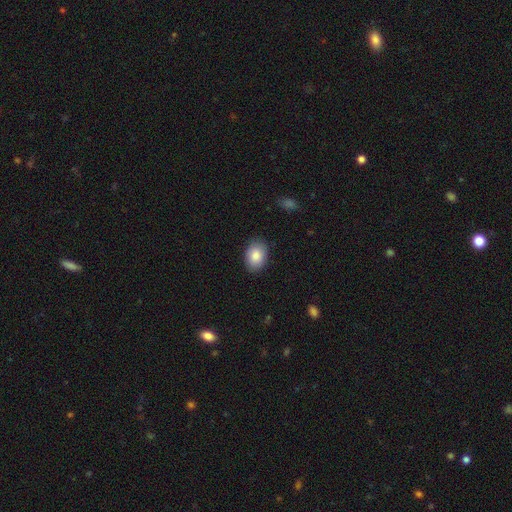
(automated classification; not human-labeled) Smooth or featured?
  - smooth: 86% *
  - star or artifact: 7%
  - featured or disk: 7%
How rounded?
  - in between: 78% *
  - round: 21%
  - cigar-shaped: 1%
Merging?
  - none: 87% *
  - minor disturbance: 10%
  - major disturbance: 2%
  - merger: 1%